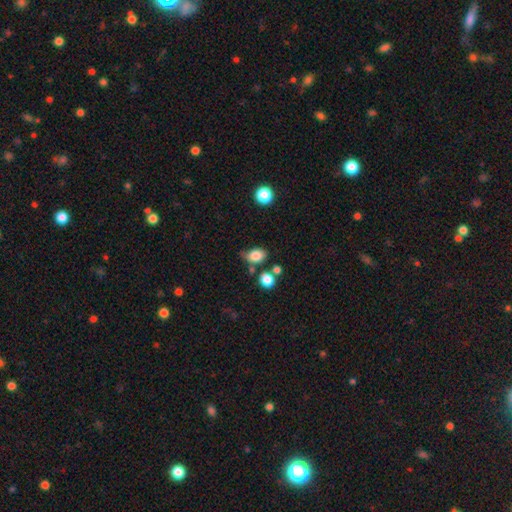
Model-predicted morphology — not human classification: type=smooth (82%); roundness=in between (74%); merging=none (56%).